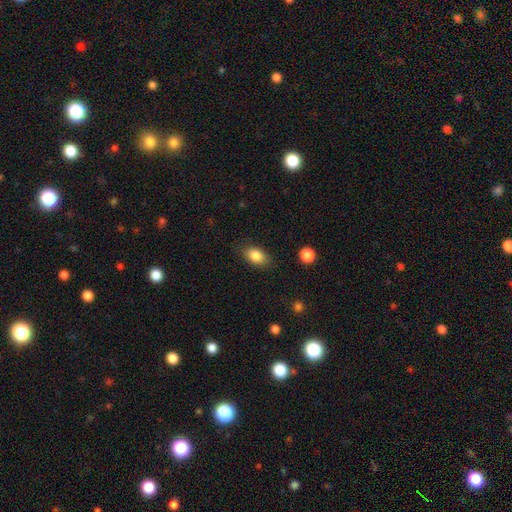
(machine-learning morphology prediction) Q: Smooth or featured?
A: smooth (85%); runner-up: star or artifact (8%)
Q: How rounded?
A: in between (86%); runner-up: round (12%)
Q: Merging?
A: none (83%); runner-up: minor disturbance (12%)